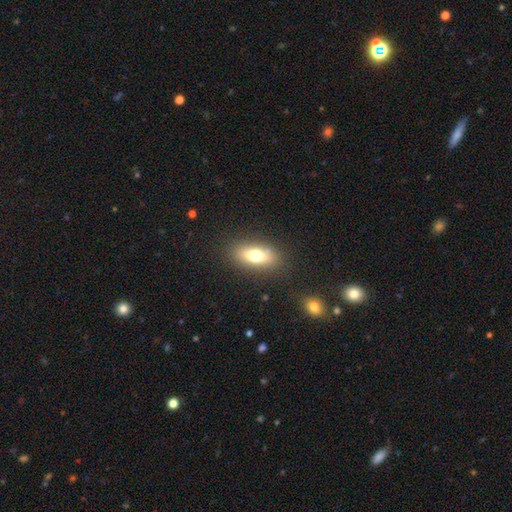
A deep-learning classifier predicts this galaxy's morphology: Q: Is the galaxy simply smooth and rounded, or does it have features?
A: smooth — 70%.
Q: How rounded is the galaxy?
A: in between — 78%.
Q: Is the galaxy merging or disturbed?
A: none — 84%.